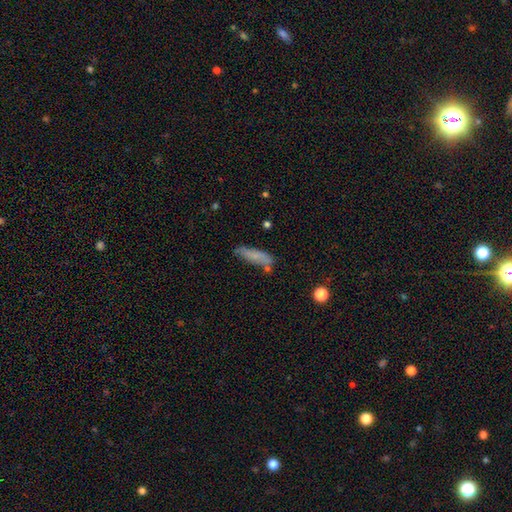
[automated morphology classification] type=smooth (72%); roundness=cigar-shaped (59%); merging=none (65%).